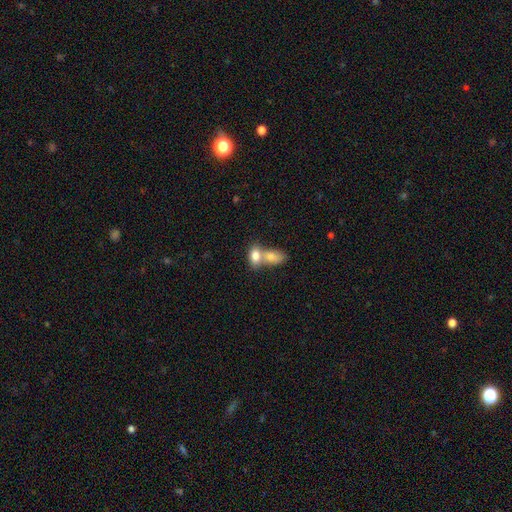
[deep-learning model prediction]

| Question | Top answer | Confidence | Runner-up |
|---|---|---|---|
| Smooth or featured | smooth | 80% | featured or disk (13%) |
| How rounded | in between | 86% | round (11%) |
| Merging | merger | 68% | none (22%) |